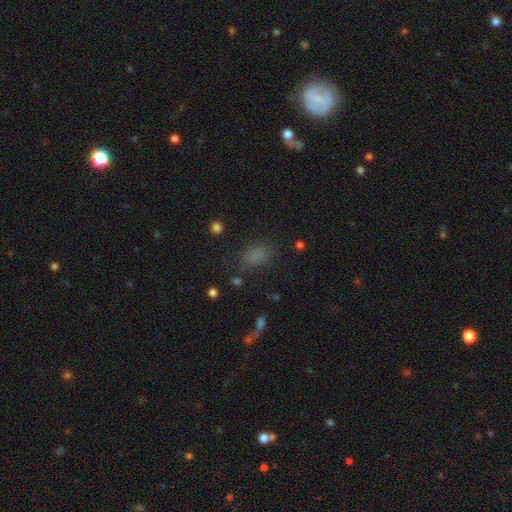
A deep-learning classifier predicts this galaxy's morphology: This is likely a smooth galaxy (76%). How rounded: clearly in between (83%). Merging: likely none (72%).